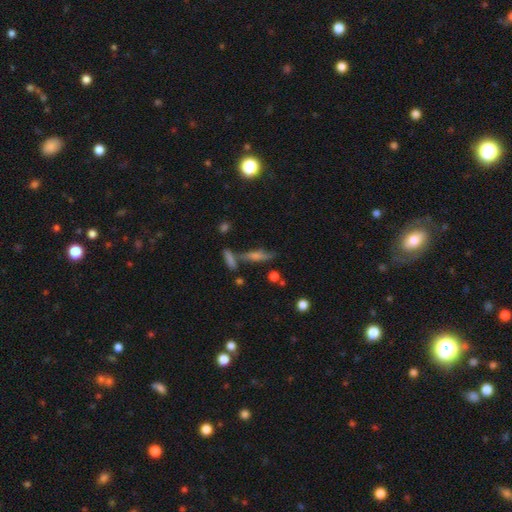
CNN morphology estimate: smooth_or_featured: featured or disk (p=0.47) [alt: smooth p=0.35]
merging: none (p=0.65) [alt: merger p=0.17]